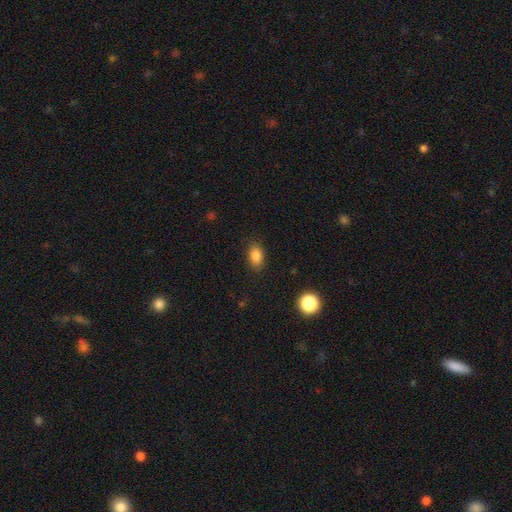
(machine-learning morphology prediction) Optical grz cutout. It shows a smooth galaxy with no disk features (85%) that is in between round and cigar-shaped (83%). Merging: none (86%).